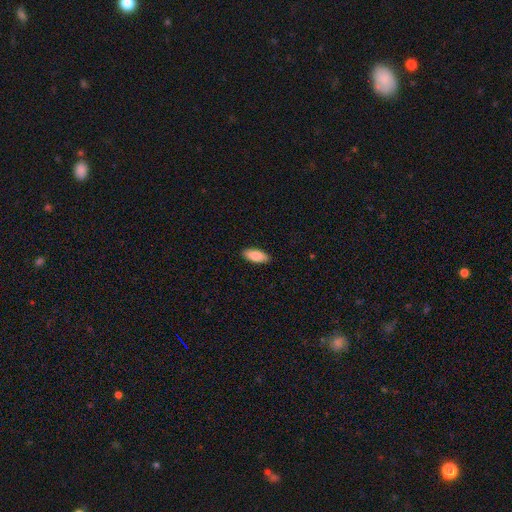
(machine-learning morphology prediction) Smooth or featured?
  - smooth: 87% *
  - featured or disk: 7%
  - star or artifact: 6%
How rounded?
  - in between: 84% *
  - cigar-shaped: 14%
  - round: 2%
Merging?
  - none: 90% *
  - minor disturbance: 7%
  - major disturbance: 2%
  - merger: 1%